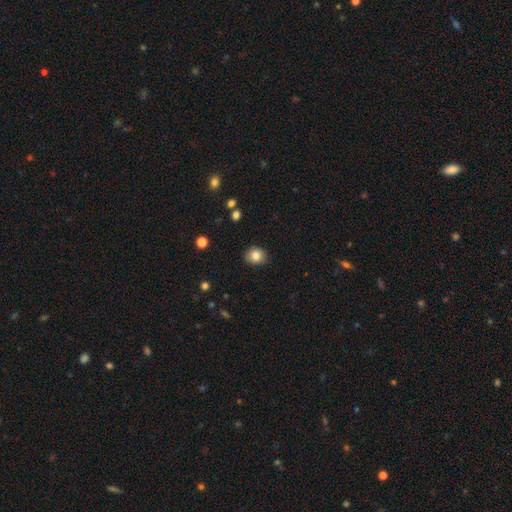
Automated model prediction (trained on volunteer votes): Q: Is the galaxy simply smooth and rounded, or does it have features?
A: smooth — 82%.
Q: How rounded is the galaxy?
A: round — 64%.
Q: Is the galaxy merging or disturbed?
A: none — 86%.